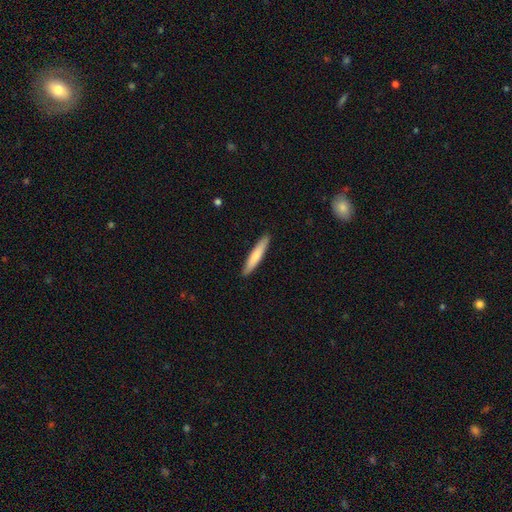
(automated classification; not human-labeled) smooth_or_featured: smooth (p=0.74) [alt: featured or disk p=0.21]
how_rounded: cigar-shaped (p=0.92) [alt: in between p=0.07]
merging: none (p=0.91) [alt: minor disturbance p=0.06]